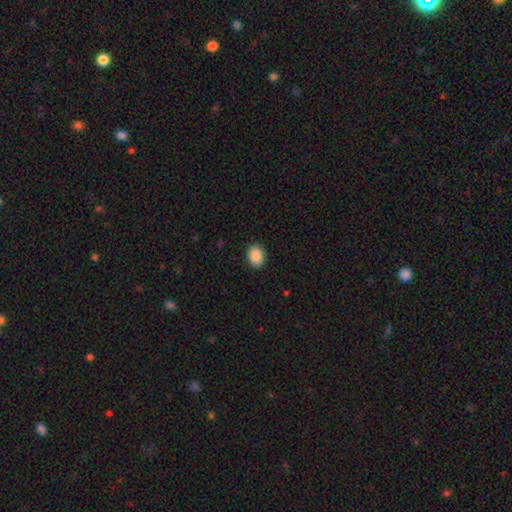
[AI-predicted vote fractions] This is clearly a smooth galaxy (89%). How rounded: likely in between (70%). Merging: clearly none (89%).